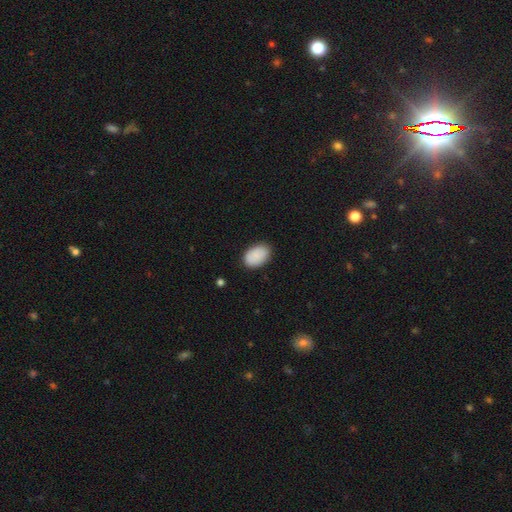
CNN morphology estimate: This is clearly a smooth galaxy (90%). How rounded: clearly in between (90%). Merging: clearly none (85%).